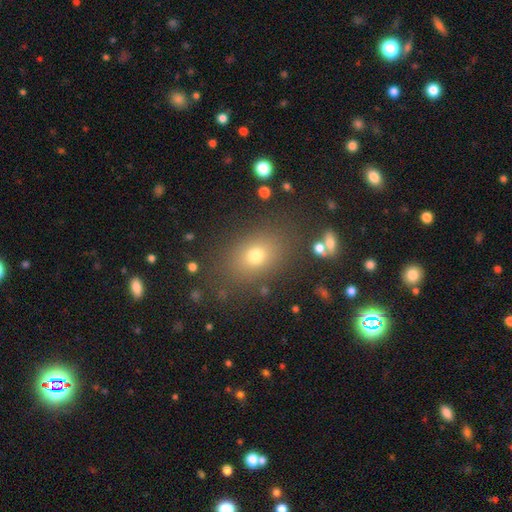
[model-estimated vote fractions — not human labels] Smooth or featured? Predicted: smooth (p=0.71). How rounded? Predicted: in between (p=0.64). Merging? Predicted: none (p=0.82).